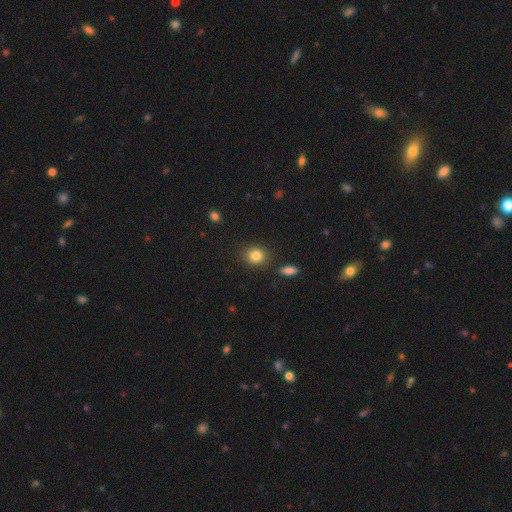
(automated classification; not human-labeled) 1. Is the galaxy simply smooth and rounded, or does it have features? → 84% smooth, 10% star or artifact, 6% featured or disk.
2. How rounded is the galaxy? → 76% round, 23% in between, 1% cigar-shaped.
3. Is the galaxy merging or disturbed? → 86% none, 8% minor disturbance, 3% merger, 3% major disturbance.